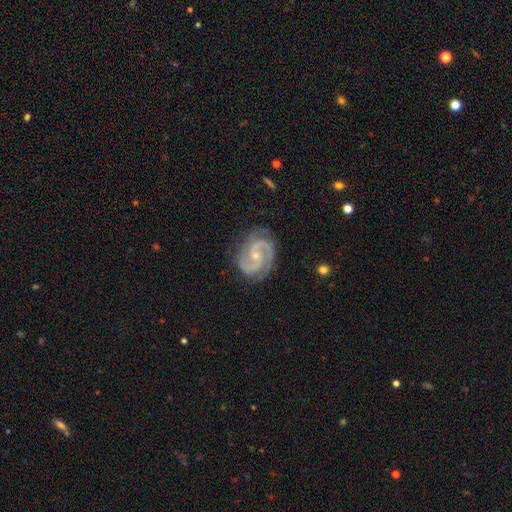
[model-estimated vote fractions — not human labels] Morphology: type=featured or disk (92%); edge-on=no (98%); bar=no (55%); spiral arms=yes (98%); winding=medium (51%); arm count=2 (85%); bulge=small (69%); merging=none (80%).